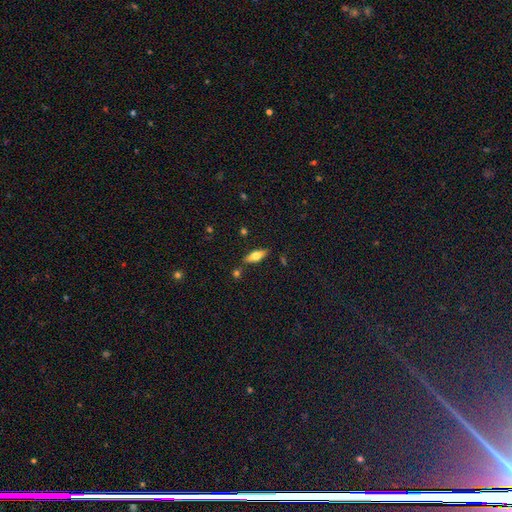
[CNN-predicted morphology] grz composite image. It shows a smooth galaxy with no disk features (57%) that is in between round and cigar-shaped (62%). Merging: none (80%).